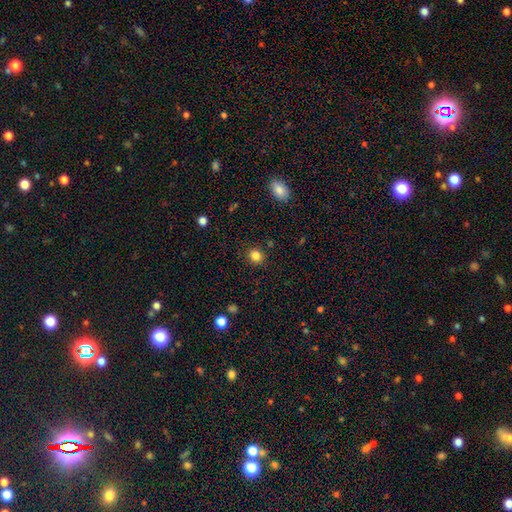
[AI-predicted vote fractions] Smooth or featured? Predicted: smooth (p=0.83). How rounded? Predicted: round (p=0.85). Merging? Predicted: none (p=0.89).